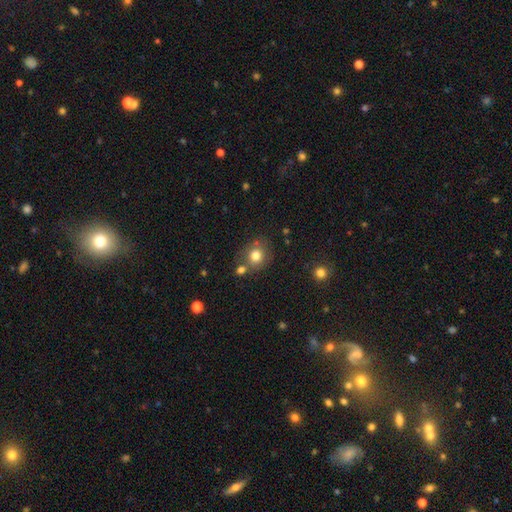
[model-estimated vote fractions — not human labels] Smooth or featured?
  - smooth: 78% *
  - star or artifact: 12%
  - featured or disk: 10%
How rounded?
  - round: 78% *
  - in between: 21%
  - cigar-shaped: 1%
Merging?
  - none: 69% *
  - merger: 14%
  - minor disturbance: 13%
  - major disturbance: 4%